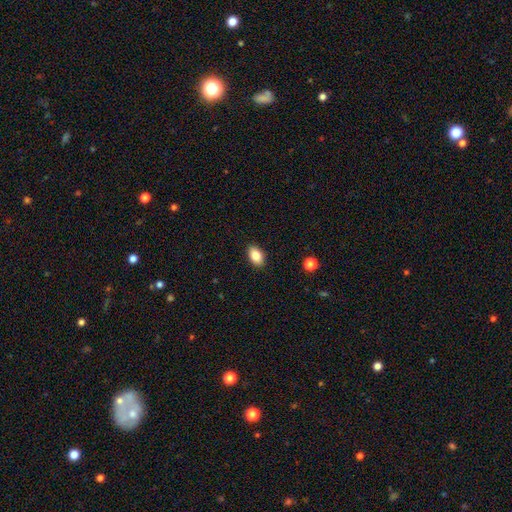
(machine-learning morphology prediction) A smooth galaxy with no disk features (84%) that is in between round and cigar-shaped (90%). Merging: none (89%).